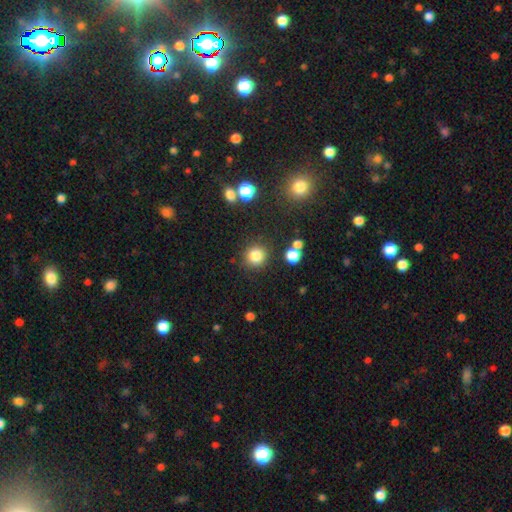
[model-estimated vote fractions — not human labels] A smooth galaxy with no disk features (83%) that is round (91%). Merging: none (85%).